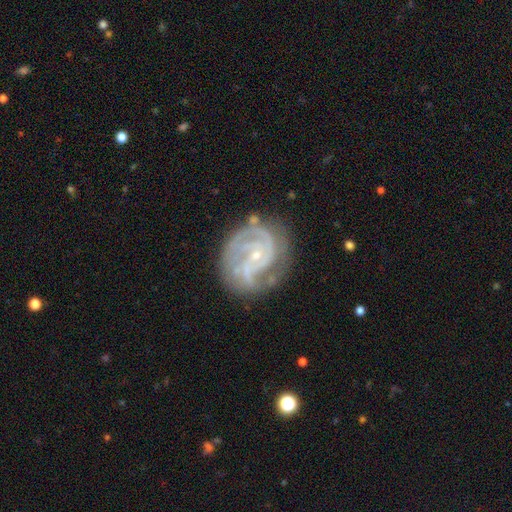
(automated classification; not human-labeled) Smooth or featured?
  - featured or disk: 89% *
  - star or artifact: 5%
  - smooth: 5%
Edge-on disk?
  - no: 98% *
  - yes: 2%
Bar?
  - no: 58% *
  - weak: 31%
  - strong: 10%
Spiral arms?
  - yes: 98% *
  - no: 2%
Spiral winding?
  - tight: 58% *
  - medium: 36%
  - loose: 6%
Spiral arm count?
  - 2: 47% *
  - 3: 25%
  - can't tell: 13%
  - 4: 6%
  - 1: 5%
  - more than 4: 4%
Bulge size?
  - small: 82% *
  - moderate: 14%
  - none: 2%
  - large: 1%
  - dominant: 1%
Merging?
  - none: 72% *
  - minor disturbance: 19%
  - major disturbance: 8%
  - merger: 2%